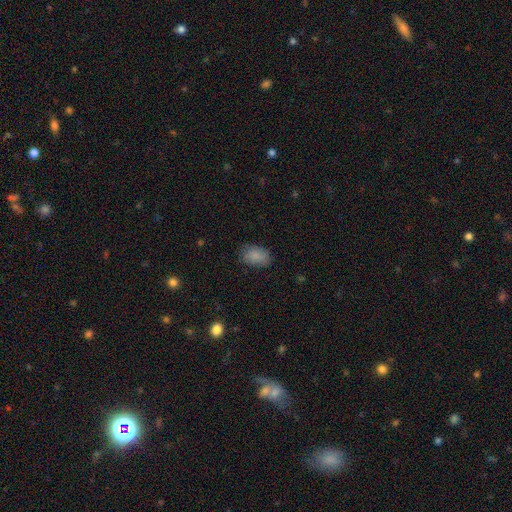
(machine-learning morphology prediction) smooth 87%, star or artifact 8%, featured or disk 5%. Down the decision tree: how rounded — in between (87%); merging — none (78%).